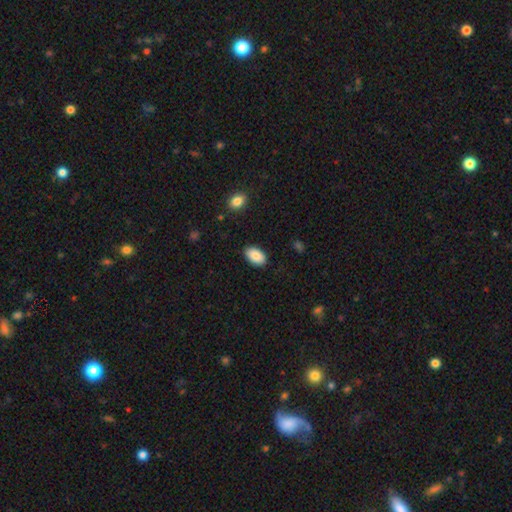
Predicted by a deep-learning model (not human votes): Q: Smooth or featured?
A: smooth (88%); runner-up: star or artifact (7%)
Q: How rounded?
A: in between (94%); runner-up: round (5%)
Q: Merging?
A: none (87%); runner-up: minor disturbance (9%)